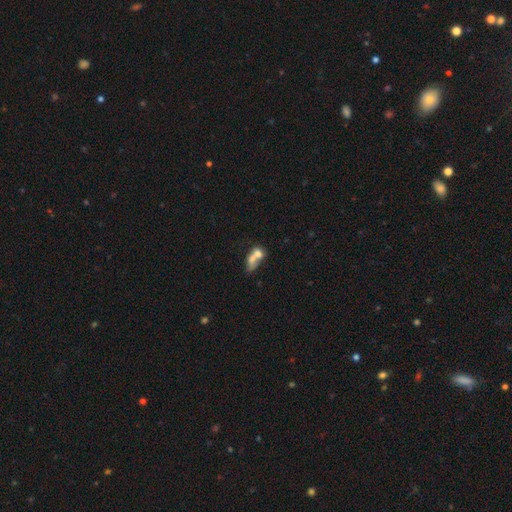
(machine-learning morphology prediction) Overall: smooth (61%; featured or disk 28%). How rounded: in between (68%). Merging: merger (61%).